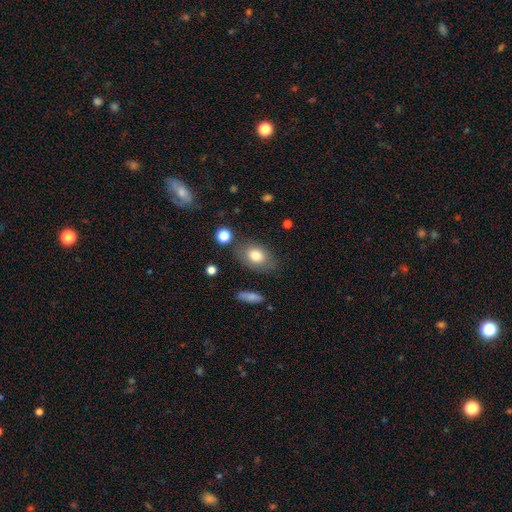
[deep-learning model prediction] smooth-or-featured: smooth: 78% | featured or disk: 14% | star or artifact: 9%
  how-rounded: in between: 76% | round: 22% | cigar-shaped: 2%
  merging: none: 71% | minor disturbance: 17% | major disturbance: 6% | merger: 5%